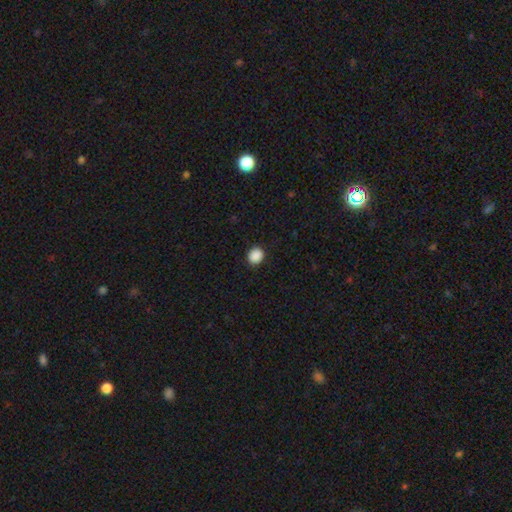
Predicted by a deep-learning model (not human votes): smooth_or_featured: smooth (p=0.89) [alt: star or artifact p=0.09]
how_rounded: round (p=0.72) [alt: in between p=0.27]
merging: none (p=0.90) [alt: minor disturbance p=0.08]